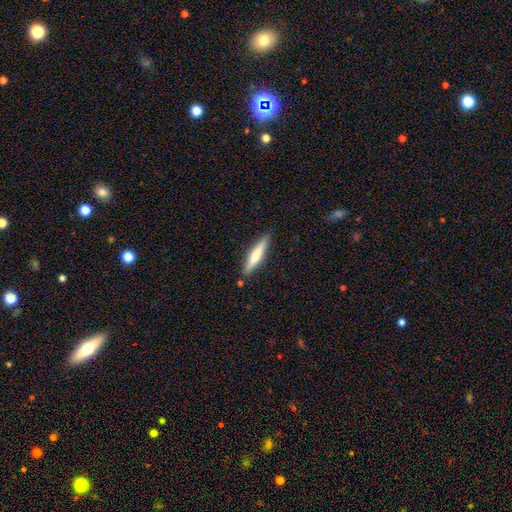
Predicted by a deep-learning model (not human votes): Smooth or featured?
  - smooth: 60% *
  - featured or disk: 35%
  - star or artifact: 5%
How rounded?
  - cigar-shaped: 86% *
  - in between: 13%
  - round: 1%
Merging?
  - none: 86% *
  - minor disturbance: 10%
  - merger: 2%
  - major disturbance: 2%